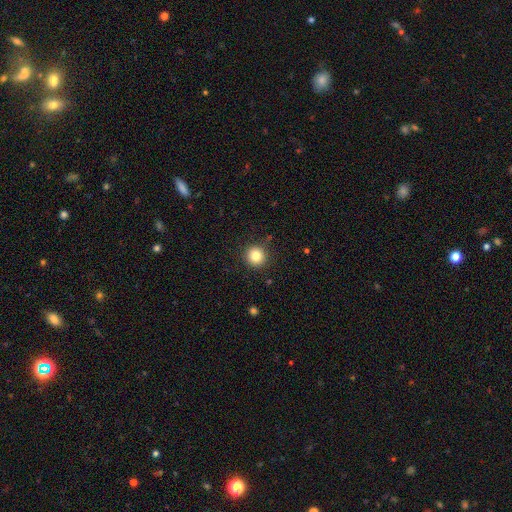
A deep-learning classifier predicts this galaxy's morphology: A smooth galaxy with no disk features (83%) that is round (95%). Merging: none (89%).